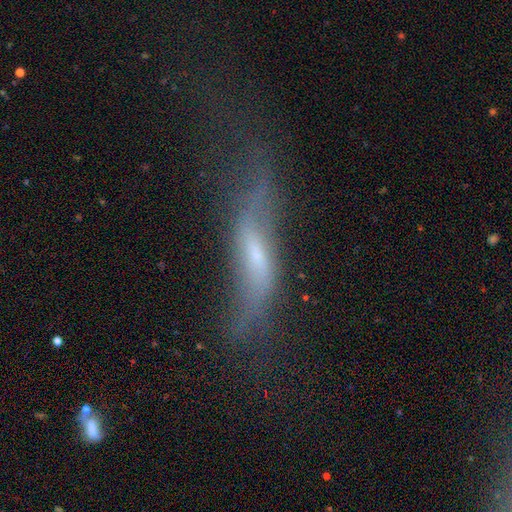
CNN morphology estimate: featured or disk 61%, smooth 29%, star or artifact 10%. Down the decision tree: edge-on disk — no (58%); merging — none (36%).